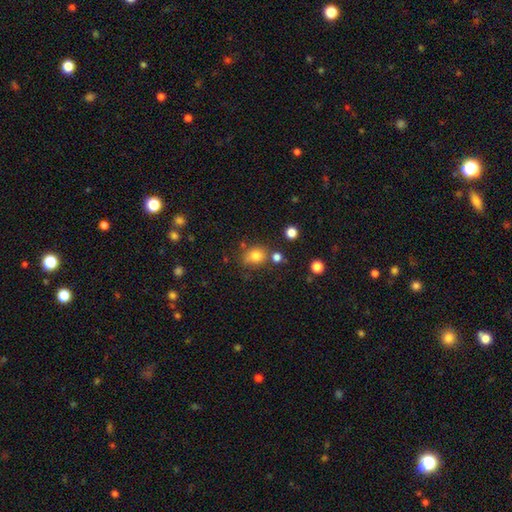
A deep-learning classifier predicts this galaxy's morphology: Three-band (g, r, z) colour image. It shows a smooth galaxy with no disk features (79%) that is round (63%). Merging: none (67%).